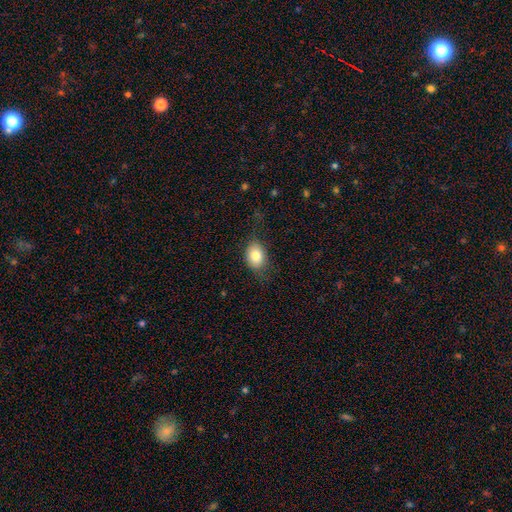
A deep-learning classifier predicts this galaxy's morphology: smooth 81%, featured or disk 11%, star or artifact 9%. Down the decision tree: how rounded — in between (70%); merging — none (72%).